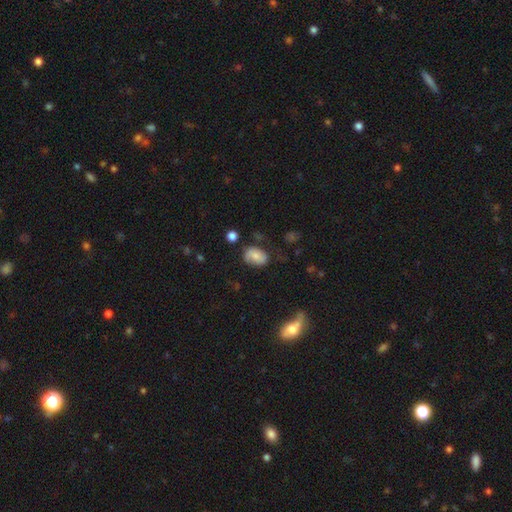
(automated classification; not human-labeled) The model was most divided on "merging": none: 58%, minor disturbance: 28%, major disturbance: 11%, merger: 3%. More confident: how rounded — in between (81%); smooth or featured — smooth (68%).